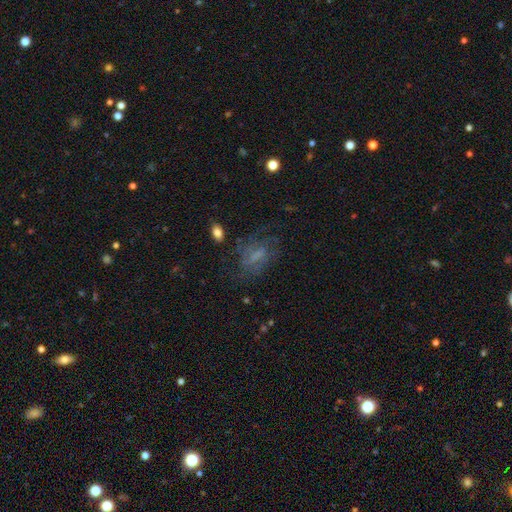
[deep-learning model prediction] This is marginally a featured or disk galaxy (45%). Merging: possibly none (54%).